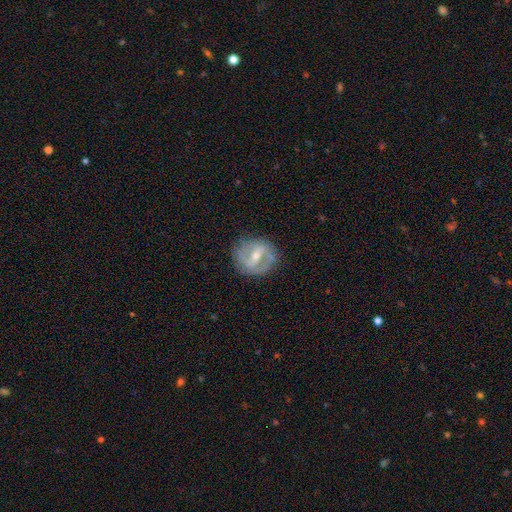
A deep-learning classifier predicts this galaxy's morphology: This appears to be a featured or disk galaxy (76%) with a strong bar (47%), 2 (76%) medium (42%) spiral arms (76%) and a moderate central bulge (50%). Merging: none (78%).